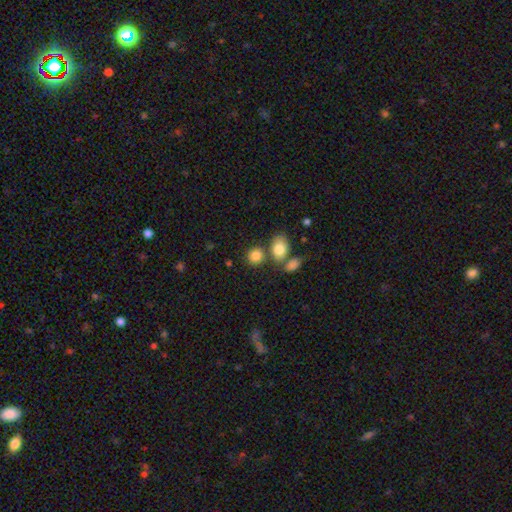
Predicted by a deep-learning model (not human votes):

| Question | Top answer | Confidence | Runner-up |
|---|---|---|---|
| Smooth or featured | smooth | 83% | star or artifact (10%) |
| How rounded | round | 70% | in between (29%) |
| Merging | none | 63% | merger (22%) |